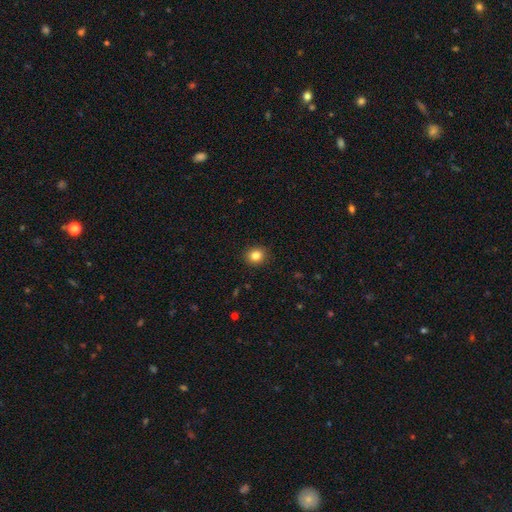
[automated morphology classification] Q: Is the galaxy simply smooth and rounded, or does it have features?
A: smooth — 83%.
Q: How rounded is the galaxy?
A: round — 77%.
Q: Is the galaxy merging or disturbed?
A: none — 91%.